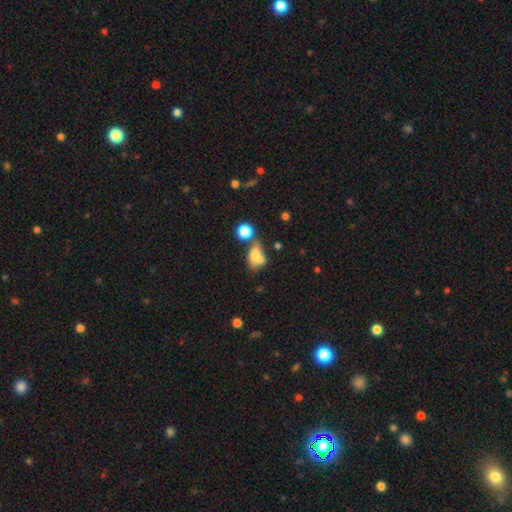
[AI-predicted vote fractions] Smooth or featured: smooth — 66% (featured or disk — 21%)
How rounded: in between — 69% (round — 29%)
Merging: merger — 46% (none — 25%)